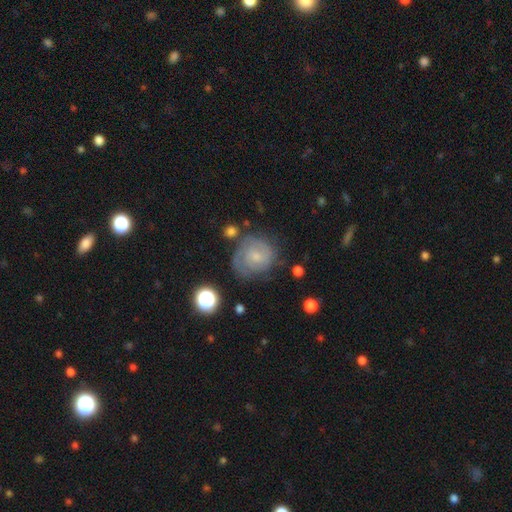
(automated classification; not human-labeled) Smooth or featured? featured or disk (71%)
Edge-on disk? no (98%)
Bar? no (61%)
Spiral arms? yes (92%)
Spiral winding? tight (62%)
Spiral arm count? 2 (43%)
Bulge size? small (61%)
Merging? none (64%)